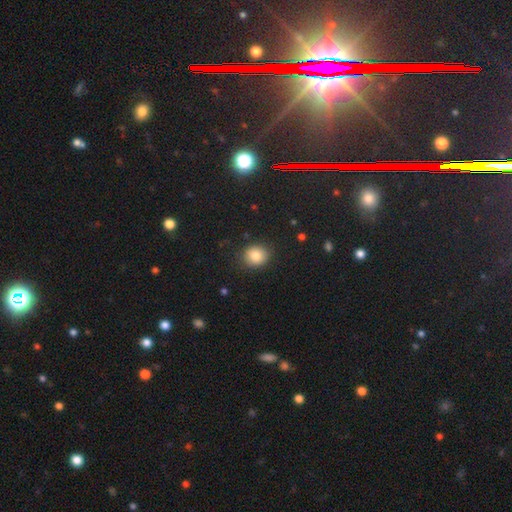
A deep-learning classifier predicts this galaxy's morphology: A smooth galaxy with no disk features (82%) that is round (75%). Merging: none (85%).